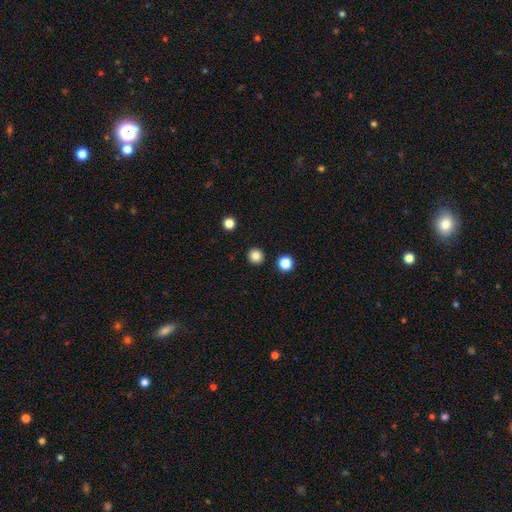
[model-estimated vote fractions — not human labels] smooth_or_featured: smooth (p=0.83) [alt: star or artifact p=0.12]
how_rounded: round (p=0.93) [alt: in between p=0.06]
merging: none (p=0.92) [alt: minor disturbance p=0.05]